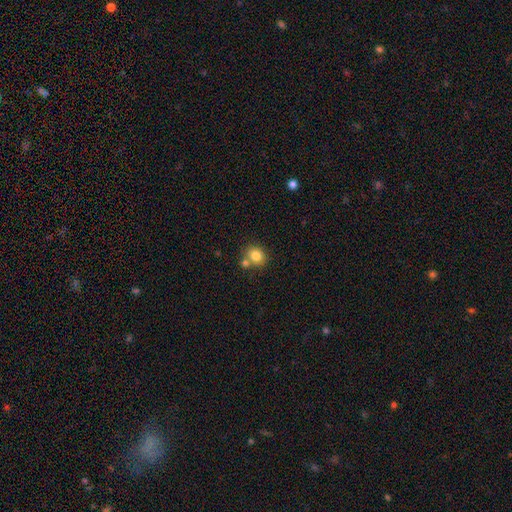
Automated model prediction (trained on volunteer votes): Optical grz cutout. It shows a smooth galaxy with no disk features (82%) that is round (73%). Merging: none (61%).